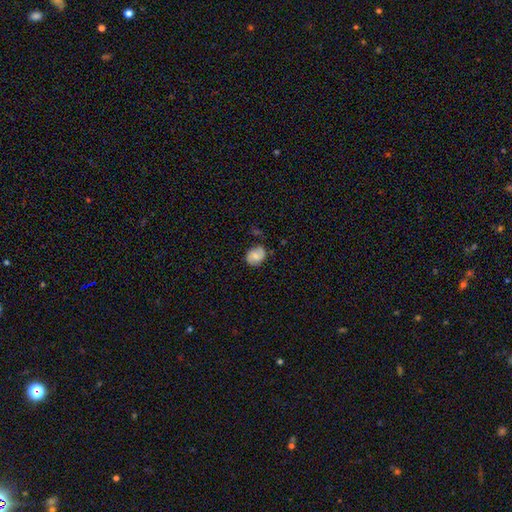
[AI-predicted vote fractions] Smooth or featured? smooth (66%)
How rounded? in between (51%)
Merging? none (70%)